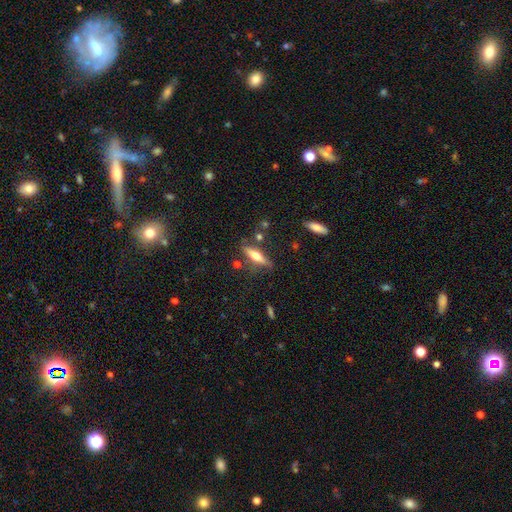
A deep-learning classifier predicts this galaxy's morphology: A featured or disk galaxy (51%) viewed edge-on (91%). Merging: none (76%).